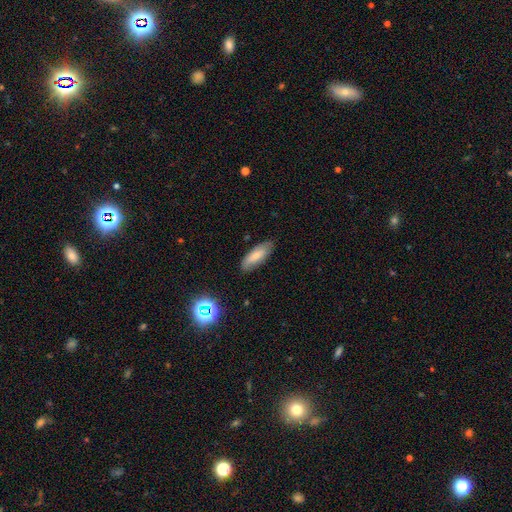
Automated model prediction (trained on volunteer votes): Smooth or featured? smooth (73%)
How rounded? in between (66%)
Merging? none (81%)